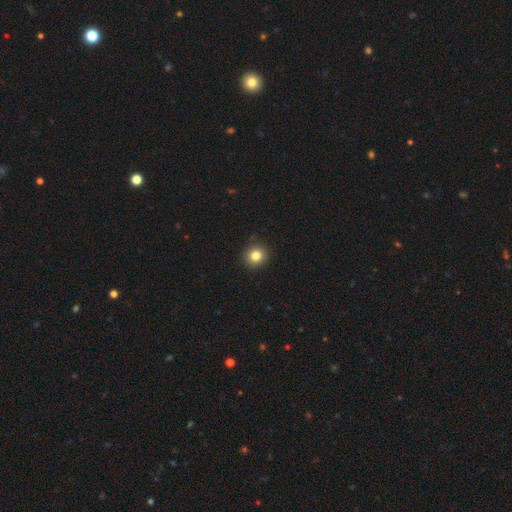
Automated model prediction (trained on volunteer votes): Morphology: type=smooth (82%); roundness=round (89%); merging=none (91%).